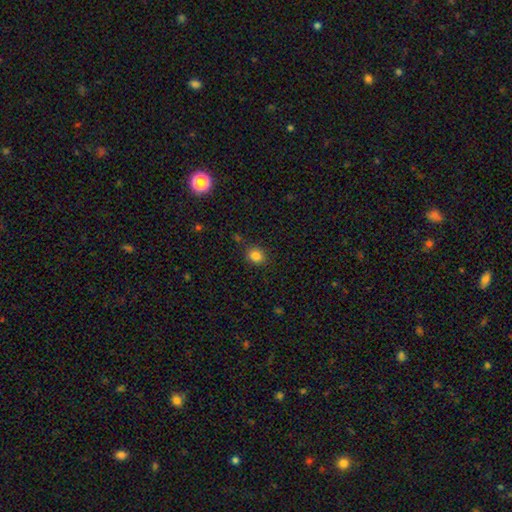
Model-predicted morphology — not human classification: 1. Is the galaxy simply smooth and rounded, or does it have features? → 84% smooth, 12% star or artifact, 4% featured or disk.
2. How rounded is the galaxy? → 67% round, 32% in between, 1% cigar-shaped.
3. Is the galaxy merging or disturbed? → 84% none, 10% minor disturbance, 3% major disturbance, 3% merger.